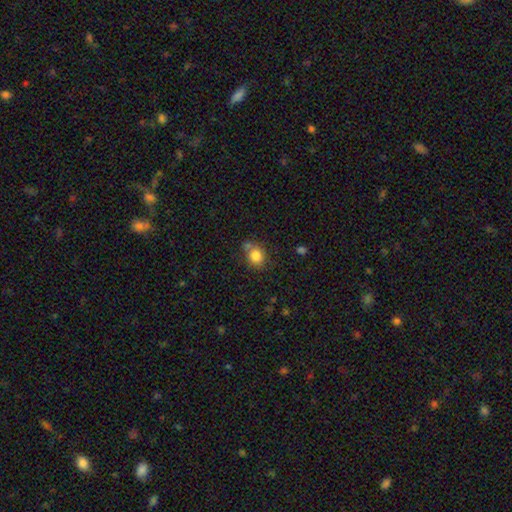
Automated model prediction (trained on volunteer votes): Overall: smooth (82%). How rounded: round (72%). Merging: none (64%).